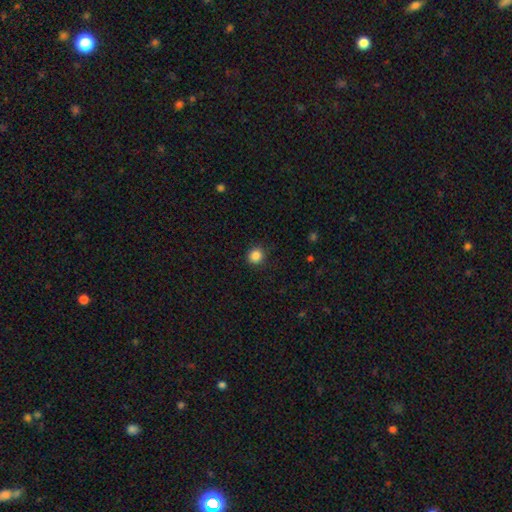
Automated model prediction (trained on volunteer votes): Smooth or featured? Predicted: smooth (p=0.86). How rounded? Predicted: round (p=0.89). Merging? Predicted: none (p=0.90).